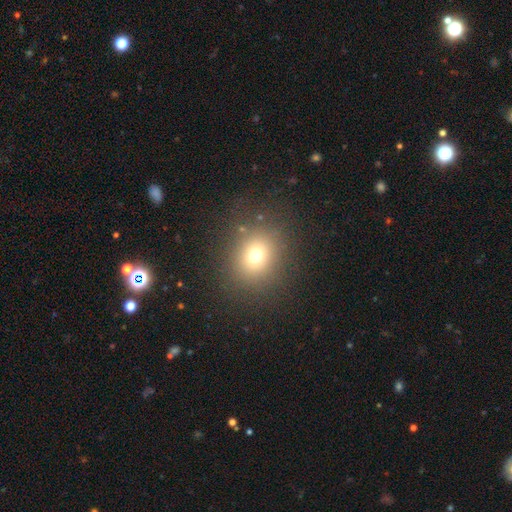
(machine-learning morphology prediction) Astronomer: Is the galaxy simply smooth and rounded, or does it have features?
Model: smooth — 70%.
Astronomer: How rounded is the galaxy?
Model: round — 78%.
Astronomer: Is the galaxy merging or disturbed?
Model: none — 84%.